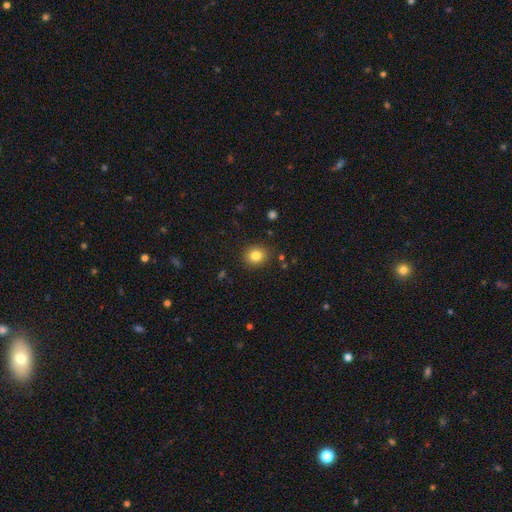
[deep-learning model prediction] Smooth or featured? Predicted: smooth (p=0.82). How rounded? Predicted: round (p=0.77). Merging? Predicted: none (p=0.87).